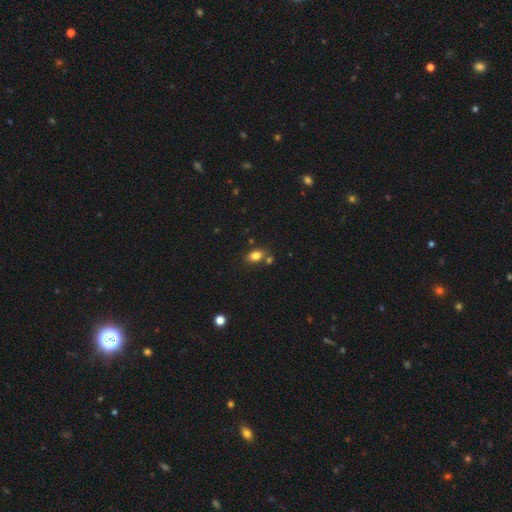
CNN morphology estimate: smooth-or-featured: smooth: 81% | star or artifact: 10% | featured or disk: 9%
  how-rounded: in between: 81% | round: 17% | cigar-shaped: 2%
  merging: none: 70% | merger: 15% | minor disturbance: 12% | major disturbance: 3%